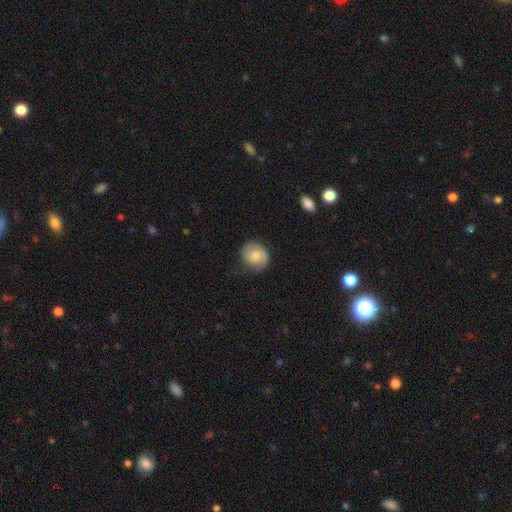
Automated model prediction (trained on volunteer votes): Smooth or featured: smooth — 54% (featured or disk — 39%)
How rounded: round — 75% (in between — 24%)
Merging: none — 68% (minor disturbance — 22%)